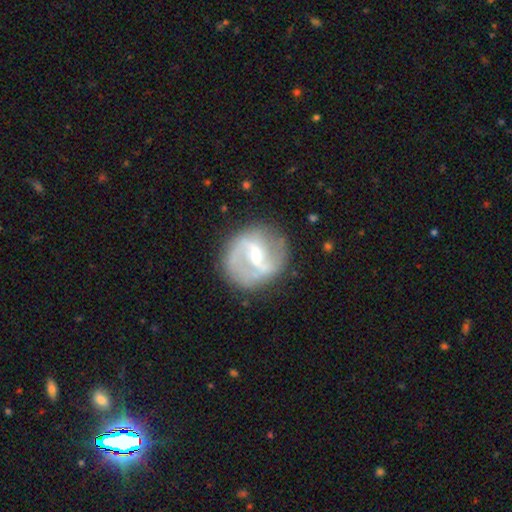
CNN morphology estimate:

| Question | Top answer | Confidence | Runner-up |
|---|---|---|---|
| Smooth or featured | featured or disk | 82% | smooth (12%) |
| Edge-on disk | no | 97% | yes (3%) |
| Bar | weak | 51% | strong (35%) |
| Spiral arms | yes | 89% | no (11%) |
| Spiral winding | loose | 42% | tied: medium (42%) |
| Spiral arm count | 2 | 83% | can't tell (7%) |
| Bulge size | moderate | 46% | tied: small (46%) |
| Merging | none | 75% | minor disturbance (15%) |